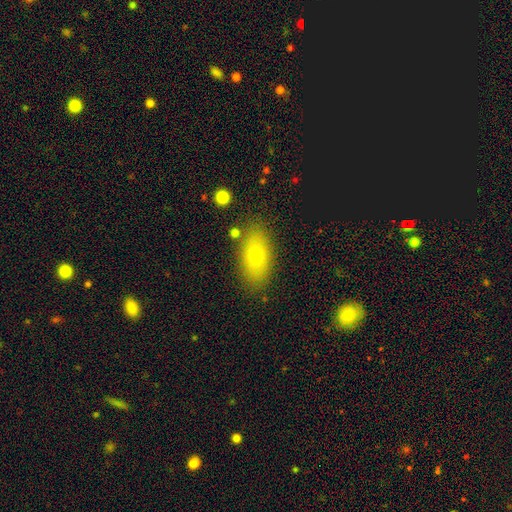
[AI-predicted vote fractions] Smooth or featured? Predicted: smooth (p=0.72). How rounded? Predicted: in between (p=0.87). Merging? Predicted: none (p=0.81).